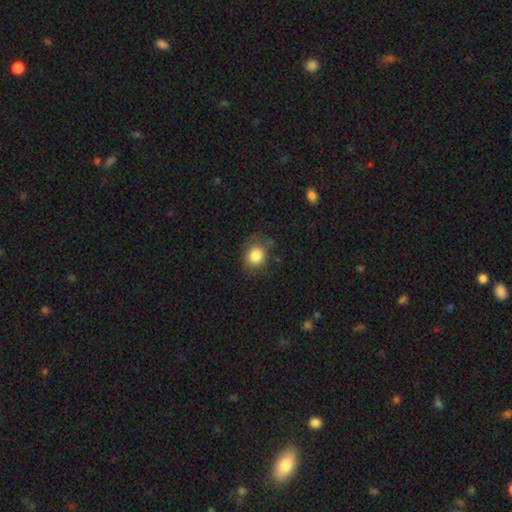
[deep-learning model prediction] Overall: smooth (84%). How rounded: round (67%; in between 32%). Merging: none (68%).